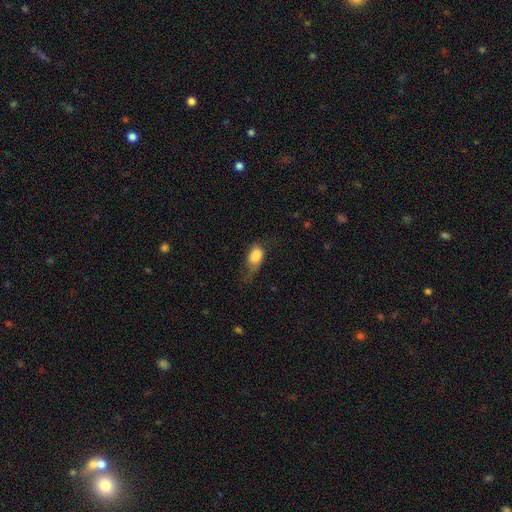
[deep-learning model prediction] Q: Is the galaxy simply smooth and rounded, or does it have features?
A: smooth — 78%.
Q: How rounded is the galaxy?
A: in between — 84%.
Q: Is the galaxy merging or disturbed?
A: major disturbance — 39%.